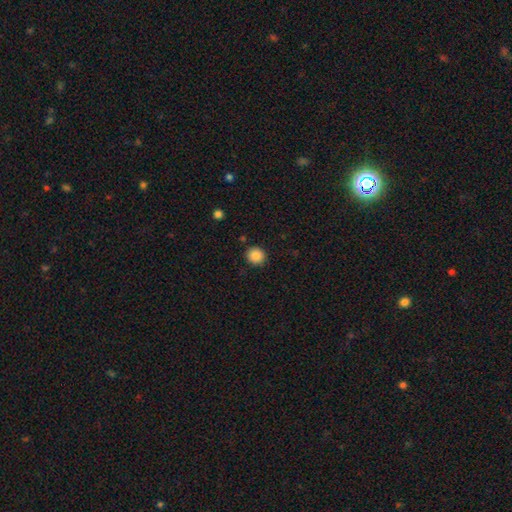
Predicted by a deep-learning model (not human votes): A smooth galaxy with no disk features (87%) that is round (90%). Merging: none (89%).